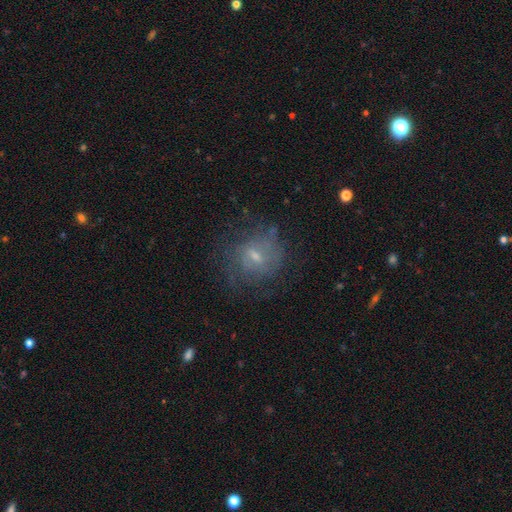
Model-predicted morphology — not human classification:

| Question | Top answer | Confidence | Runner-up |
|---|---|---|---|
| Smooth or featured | featured or disk | 53% | smooth (34%) |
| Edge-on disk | no | 95% | yes (5%) |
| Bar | weak | 54% | no (34%) |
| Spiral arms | yes | 57% | no (43%) |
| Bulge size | small | 56% | moderate (34%) |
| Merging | none | 63% | minor disturbance (20%) |